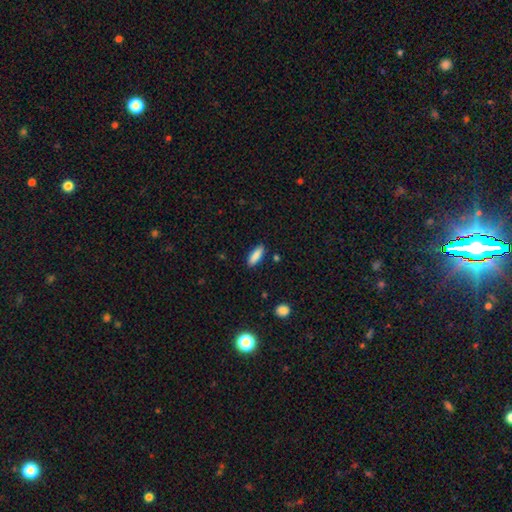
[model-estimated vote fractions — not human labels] Q: Smooth or featured?
A: smooth (87%); runner-up: star or artifact (7%)
Q: How rounded?
A: in between (59%); runner-up: cigar-shaped (39%)
Q: Merging?
A: none (87%); runner-up: minor disturbance (9%)